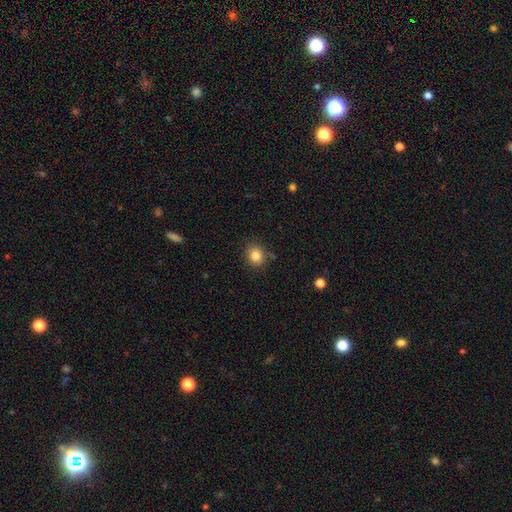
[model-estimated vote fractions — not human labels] smooth_or_featured: smooth (p=0.82) [alt: star or artifact p=0.11]
how_rounded: round (p=0.81) [alt: in between p=0.18]
merging: none (p=0.83) [alt: minor disturbance p=0.12]